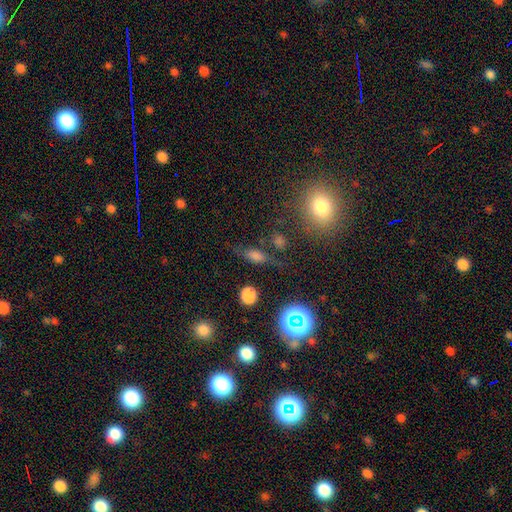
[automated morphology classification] smooth_or_featured: smooth (p=0.60) [alt: star or artifact p=0.22]
how_rounded: in between (p=0.57) [alt: cigar-shaped p=0.26]
merging: none (p=0.66) [alt: minor disturbance p=0.19]